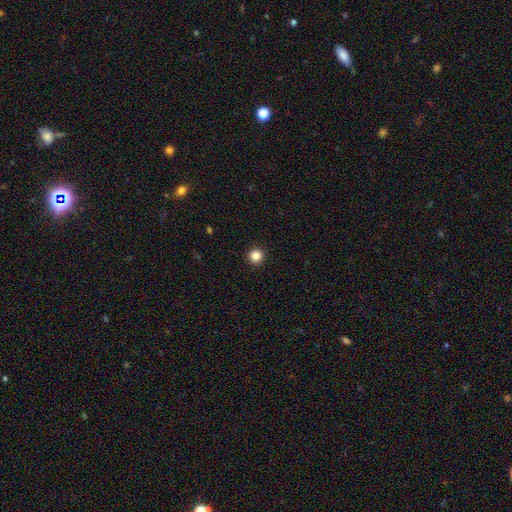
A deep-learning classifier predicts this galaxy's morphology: Smooth or featured?
  - smooth: 84% *
  - star or artifact: 12%
  - featured or disk: 4%
How rounded?
  - round: 95% *
  - in between: 4%
  - cigar-shaped: 1%
Merging?
  - none: 94% *
  - minor disturbance: 4%
  - major disturbance: 1%
  - merger: 1%